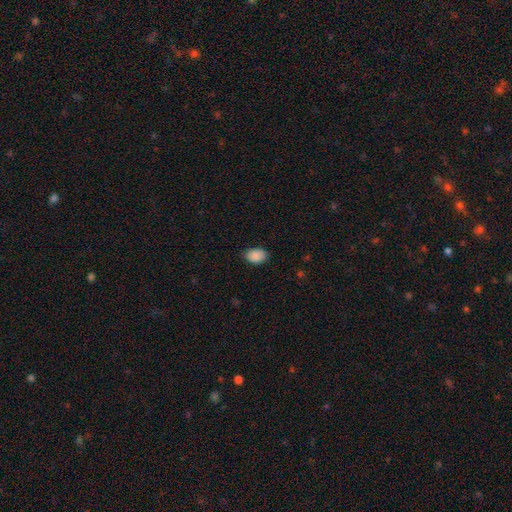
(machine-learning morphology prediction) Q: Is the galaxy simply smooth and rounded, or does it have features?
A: smooth — 89%.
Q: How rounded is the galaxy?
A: in between — 81%.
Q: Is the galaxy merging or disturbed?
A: none — 79%.